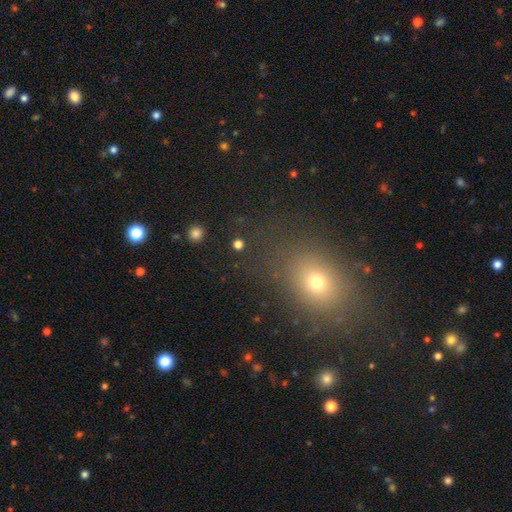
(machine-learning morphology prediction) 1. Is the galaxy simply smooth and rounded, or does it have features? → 59% smooth, 30% star or artifact, 10% featured or disk.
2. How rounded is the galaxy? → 51% in between, 46% round, 2% cigar-shaped.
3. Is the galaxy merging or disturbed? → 83% none, 9% minor disturbance, 5% major disturbance, 2% merger.